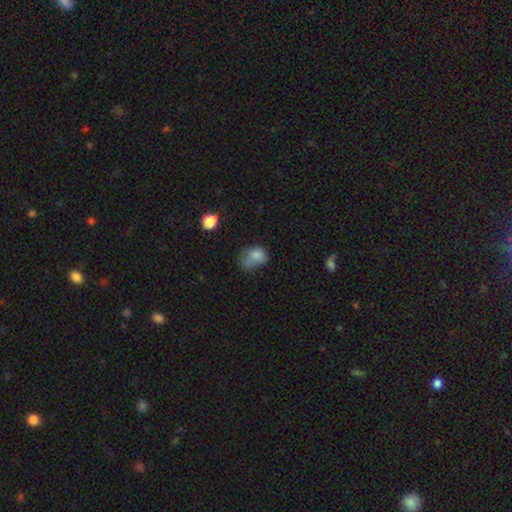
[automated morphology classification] Smooth or featured?
  - smooth: 74% *
  - featured or disk: 15%
  - star or artifact: 11%
How rounded?
  - in between: 63% *
  - round: 36%
  - cigar-shaped: 1%
Merging?
  - minor disturbance: 33% *
  - major disturbance: 31%
  - none: 27%
  - merger: 10%